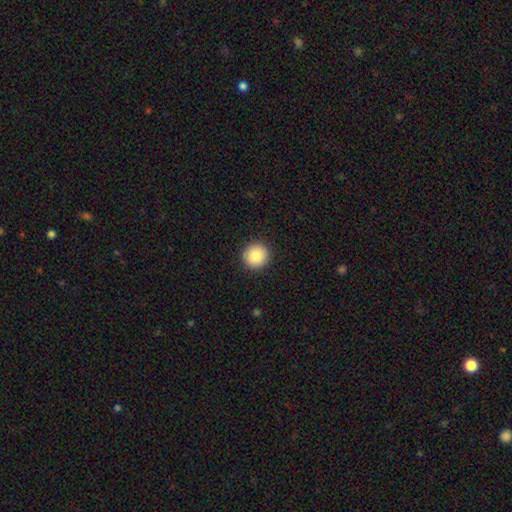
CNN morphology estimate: Smooth or featured?
  - smooth: 85% *
  - star or artifact: 9%
  - featured or disk: 6%
How rounded?
  - round: 95% *
  - in between: 4%
  - cigar-shaped: 1%
Merging?
  - none: 92% *
  - minor disturbance: 5%
  - major disturbance: 2%
  - merger: 1%